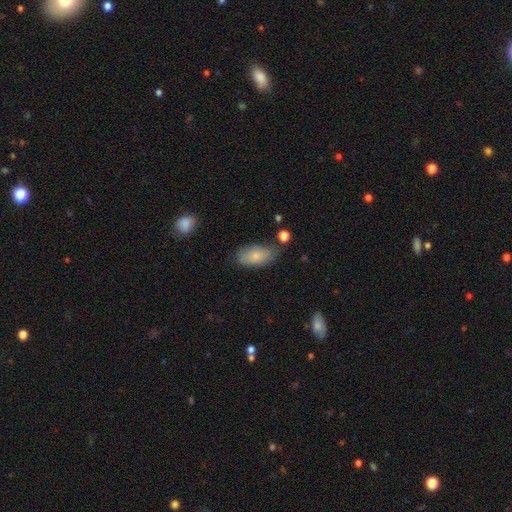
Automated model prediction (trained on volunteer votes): Smooth or featured: smooth — 80% (featured or disk — 13%)
How rounded: in between — 92% (cigar-shaped — 4%)
Merging: none — 68% (minor disturbance — 24%)